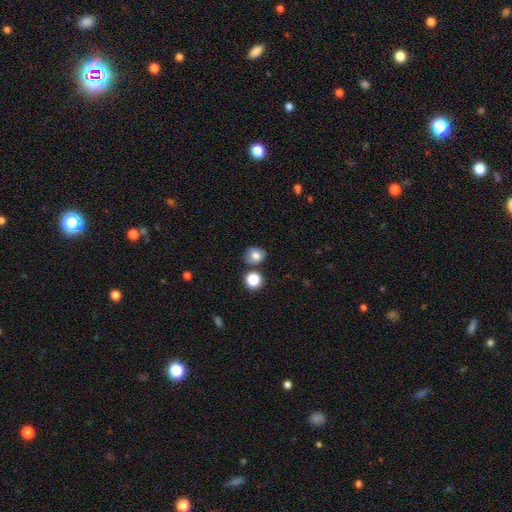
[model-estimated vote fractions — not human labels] This appears to be a smooth galaxy with no disk features (76%) that is round (72%). Merging: none (72%).